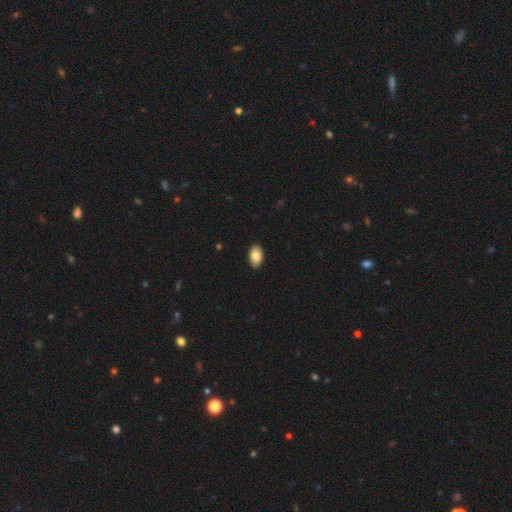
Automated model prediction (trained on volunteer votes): smooth 87%, star or artifact 7%, featured or disk 7%. Down the decision tree: how rounded — in between (93%); merging — none (89%).